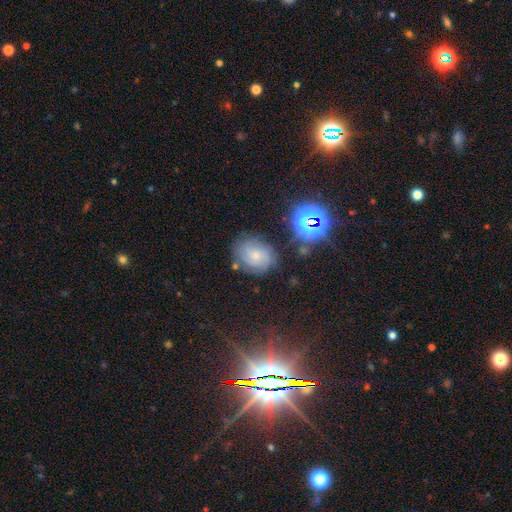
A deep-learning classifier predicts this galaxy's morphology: Smooth or featured? smooth (43%)
Merging? none (69%)